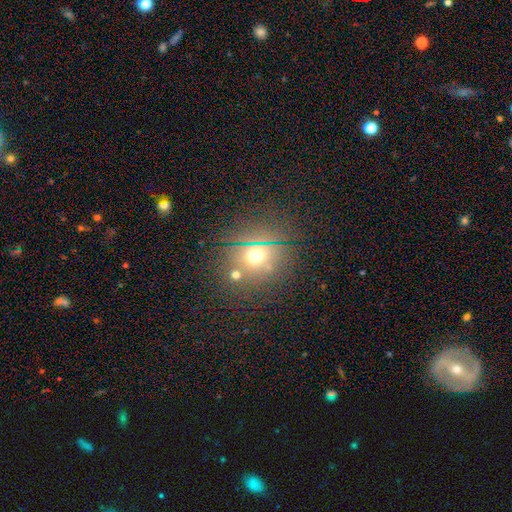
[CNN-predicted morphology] smooth_or_featured: smooth (p=0.55) [alt: star or artifact p=0.29]
how_rounded: round (p=0.82) [alt: in between p=0.17]
merging: none (p=0.76) [alt: minor disturbance p=0.10]